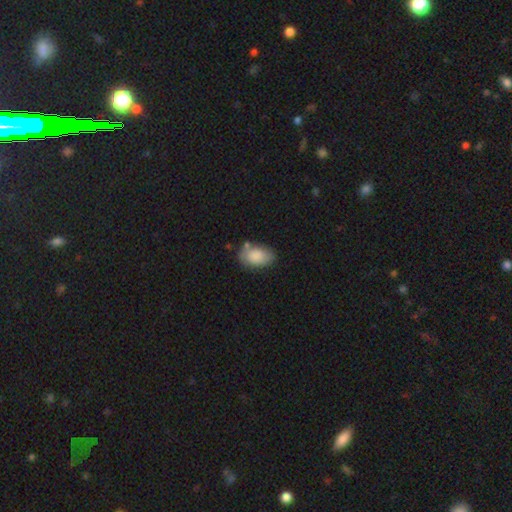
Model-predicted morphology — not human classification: Smooth or featured? smooth (84%)
How rounded? in between (91%)
Merging? none (65%)